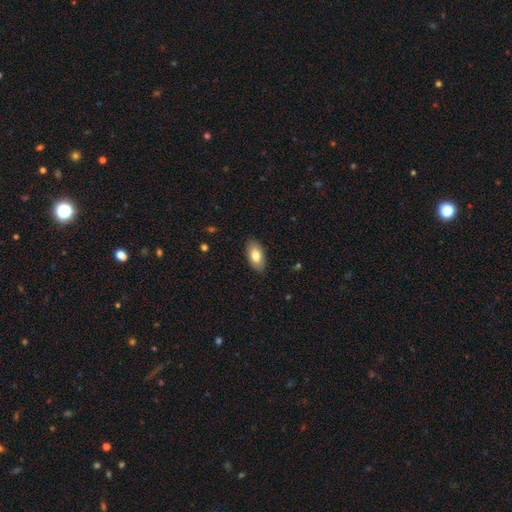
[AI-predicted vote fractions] A smooth galaxy with no disk features (77%) that is in between round and cigar-shaped (93%).

Vote fractions:
- Smooth or featured? smooth: 77% / featured or disk: 16% / star or artifact: 6%
- How rounded? in between: 93% / cigar-shaped: 4% / round: 3%
- Merging? none: 87% / minor disturbance: 10% / major disturbance: 2% / merger: 1%